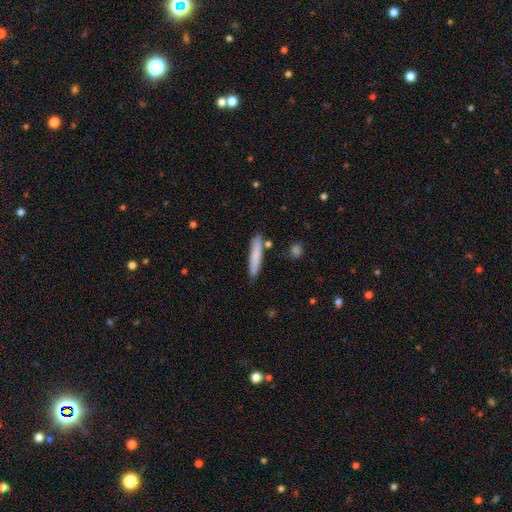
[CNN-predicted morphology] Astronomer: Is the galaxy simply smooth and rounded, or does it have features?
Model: smooth — 79%.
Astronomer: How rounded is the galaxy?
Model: cigar-shaped — 91%.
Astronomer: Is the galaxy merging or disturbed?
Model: none — 84%.